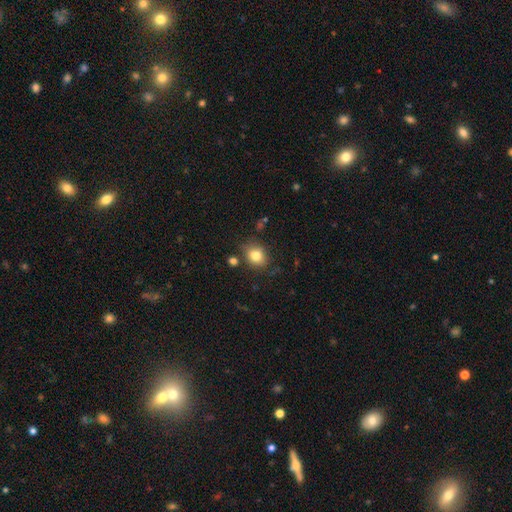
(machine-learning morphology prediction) The model was most divided on "how rounded": round: 58%, in between: 41%, cigar-shaped: 1%. More confident: smooth or featured — smooth (80%); merging — none (77%).